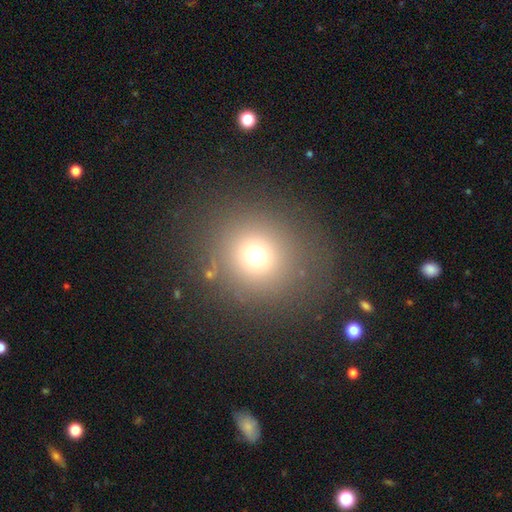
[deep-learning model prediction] A smooth galaxy with no disk features (68%) that is round (92%).

Vote fractions:
- Smooth or featured? smooth: 68% / star or artifact: 22% / featured or disk: 10%
- How rounded? round: 92% / in between: 7% / cigar-shaped: 1%
- Merging? none: 83% / minor disturbance: 8% / major disturbance: 6% / merger: 3%